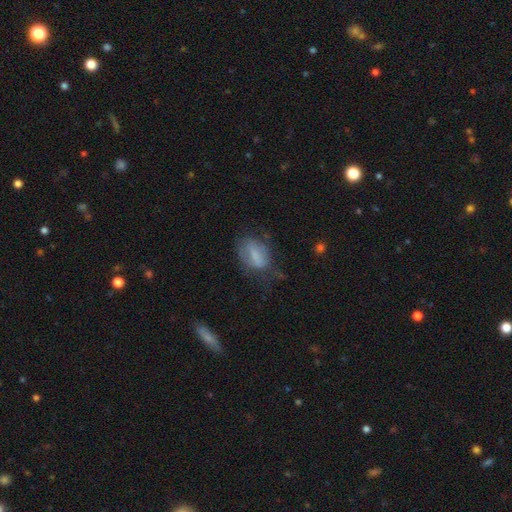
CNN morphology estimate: Smooth or featured?
  - smooth: 60% *
  - featured or disk: 31%
  - star or artifact: 9%
How rounded?
  - in between: 81% *
  - round: 14%
  - cigar-shaped: 6%
Merging?
  - none: 46% *
  - minor disturbance: 30%
  - major disturbance: 22%
  - merger: 3%